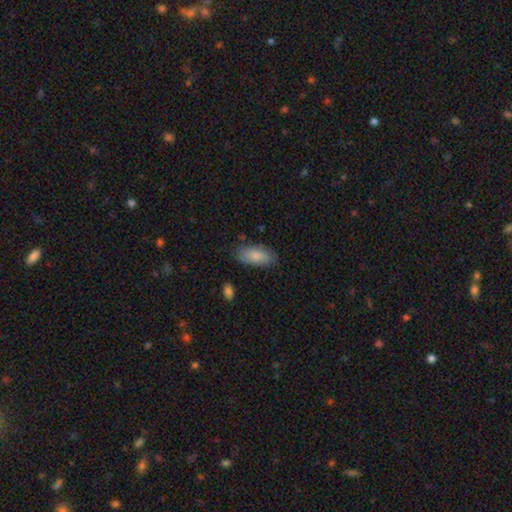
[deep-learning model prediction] Smooth or featured? Predicted: smooth (p=0.83). How rounded? Predicted: in between (p=0.91). Merging? Predicted: none (p=0.77).